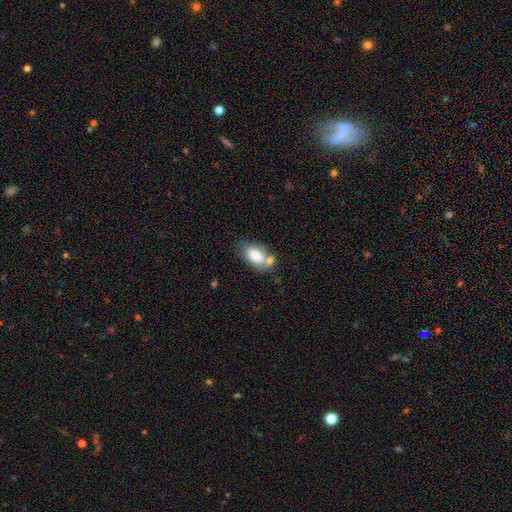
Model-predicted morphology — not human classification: Q: Smooth or featured?
A: smooth (77%); runner-up: featured or disk (15%)
Q: How rounded?
A: in between (92%); runner-up: round (6%)
Q: Merging?
A: none (46%); runner-up: merger (28%)